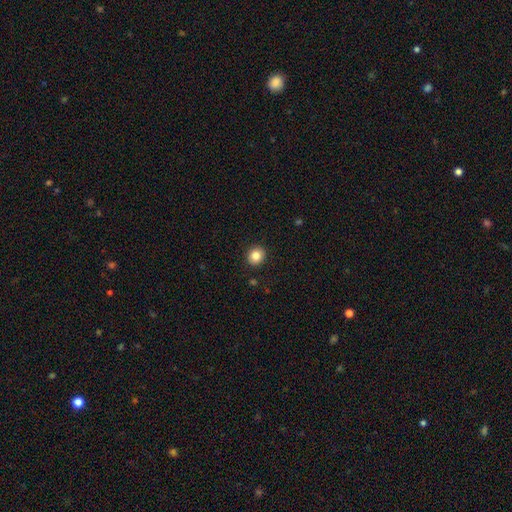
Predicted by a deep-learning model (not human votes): Smooth or featured: smooth — 84% (star or artifact — 10%)
How rounded: round — 85% (in between — 14%)
Merging: none — 92% (minor disturbance — 5%)